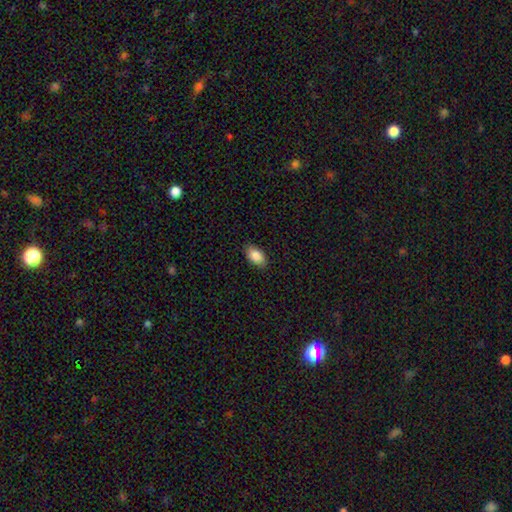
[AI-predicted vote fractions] This appears to be a smooth galaxy with no disk features (87%) that is in between round and cigar-shaped (93%). Merging: none (88%).